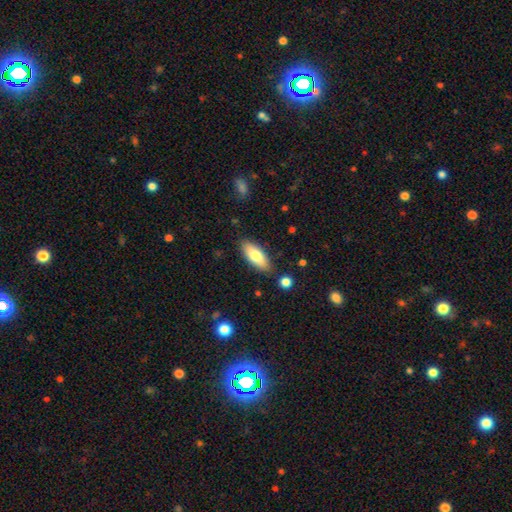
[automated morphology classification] Overall: smooth (76%). How rounded: in between (80%). Merging: none (85%).